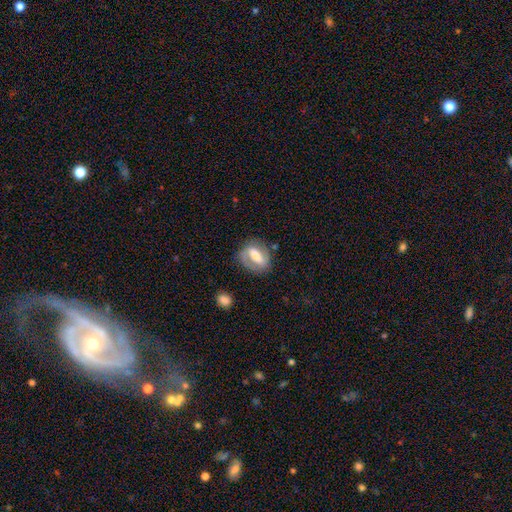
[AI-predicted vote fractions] smooth_or_featured: featured or disk (p=0.68) [alt: smooth p=0.26]
disk_edge_on: no (p=0.95) [alt: yes p=0.05]
bar: strong (p=0.56) [alt: weak p=0.31]
has_spiral_arms: yes (p=0.82) [alt: no p=0.18]
spiral_winding: medium (p=0.43) [alt: tight p=0.40]
spiral_arm_count: 2 (p=0.74) [alt: 1 p=0.15]
bulge_size: moderate (p=0.46) [alt: large p=0.23]
merging: none (p=0.72) [alt: minor disturbance p=0.17]